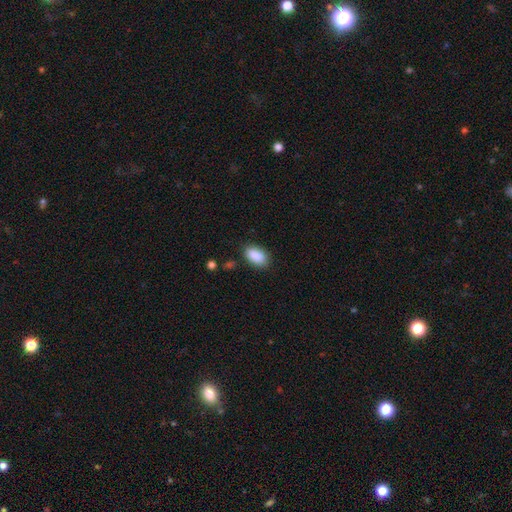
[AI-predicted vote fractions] This is clearly a smooth galaxy (89%). How rounded: clearly in between (91%). Merging: clearly none (81%).